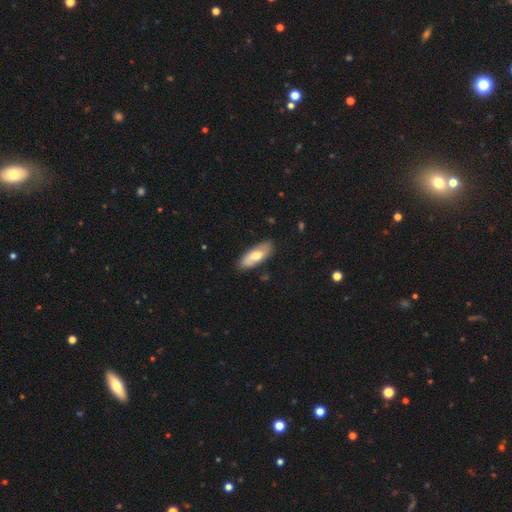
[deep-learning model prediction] smooth-or-featured: smooth: 61% | featured or disk: 34% | star or artifact: 5%
  how-rounded: in between: 77% | cigar-shaped: 20% | round: 2%
  merging: none: 84% | minor disturbance: 12% | major disturbance: 2% | merger: 1%